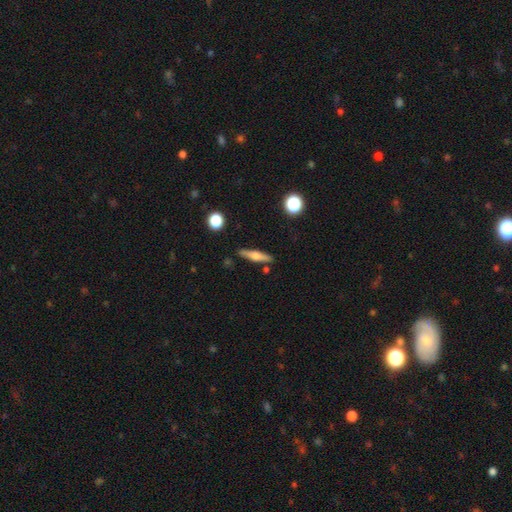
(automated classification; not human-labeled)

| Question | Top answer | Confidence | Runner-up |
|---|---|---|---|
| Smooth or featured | featured or disk | 49% | smooth (44%) |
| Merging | none | 86% | minor disturbance (9%) |